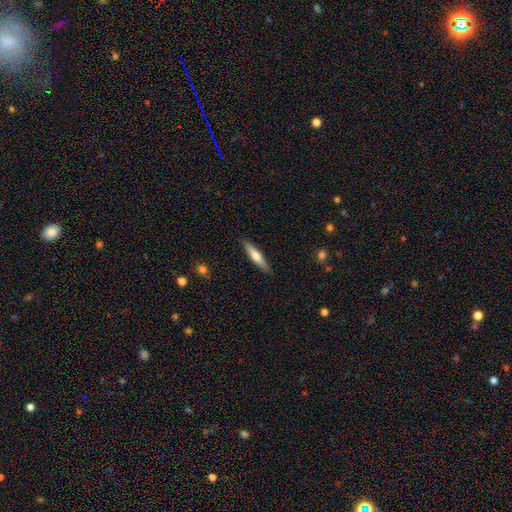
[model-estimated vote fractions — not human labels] A smooth galaxy with no disk features (53%) that is cigar-shaped (87%). Merging: none (89%).